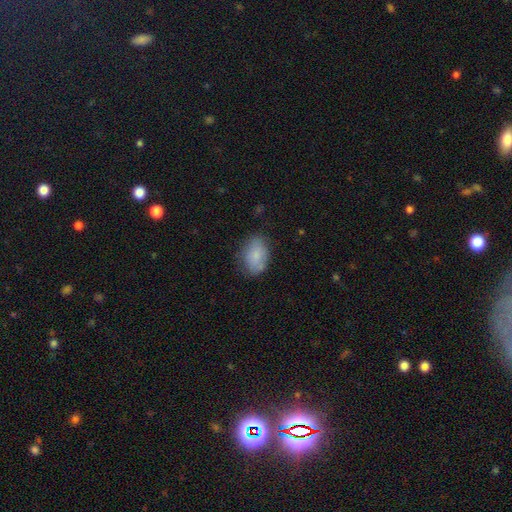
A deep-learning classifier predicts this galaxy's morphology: smooth 82%, featured or disk 11%, star or artifact 7%. Down the decision tree: how rounded — in between (80%); merging — none (70%).